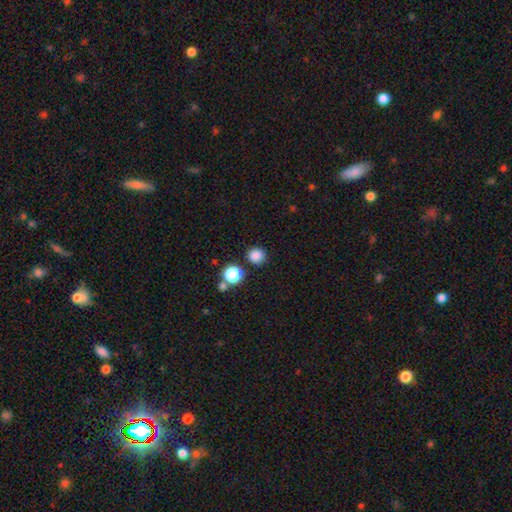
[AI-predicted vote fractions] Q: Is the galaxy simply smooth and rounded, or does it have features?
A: smooth — 83%.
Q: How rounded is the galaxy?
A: round — 91%.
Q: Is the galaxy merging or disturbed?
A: none — 86%.